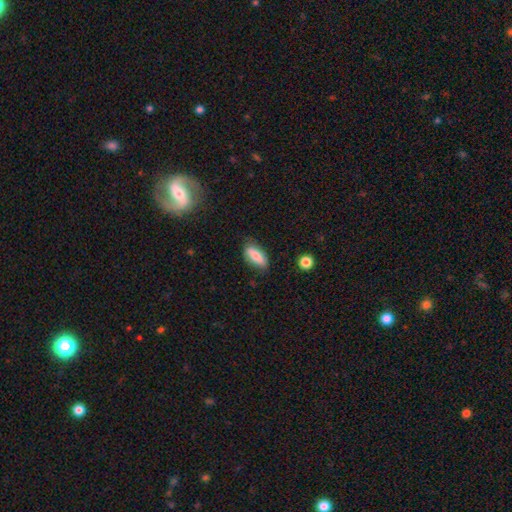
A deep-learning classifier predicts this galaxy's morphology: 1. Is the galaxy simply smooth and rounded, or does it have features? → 74% smooth, 19% featured or disk, 7% star or artifact.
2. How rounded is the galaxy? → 77% in between, 21% cigar-shaped, 3% round.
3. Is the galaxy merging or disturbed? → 76% none, 18% minor disturbance, 4% major disturbance, 2% merger.